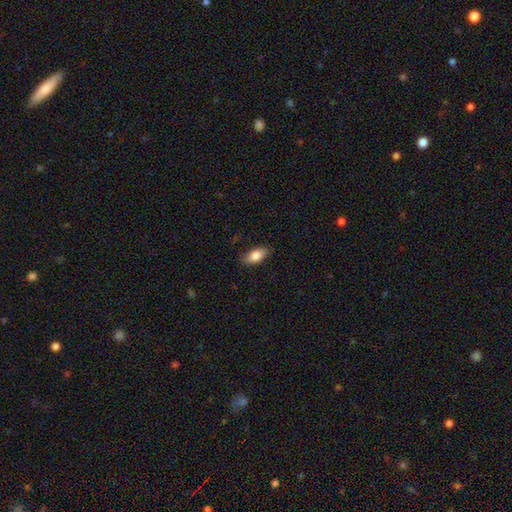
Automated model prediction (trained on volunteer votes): Morphology: type=smooth (84%); roundness=in between (89%); merging=none (84%).